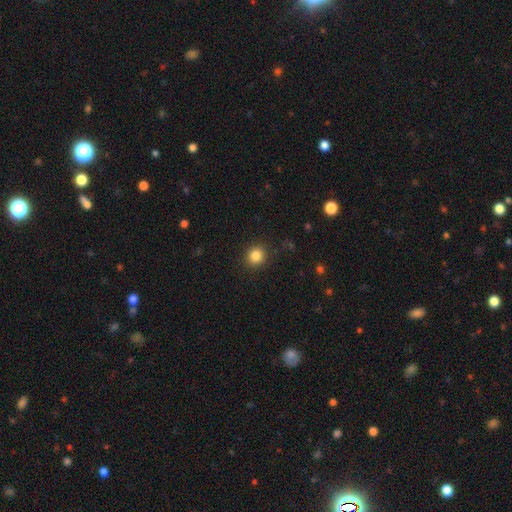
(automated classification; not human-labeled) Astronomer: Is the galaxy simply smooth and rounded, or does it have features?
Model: smooth — 85%.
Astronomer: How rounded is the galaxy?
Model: round — 85%.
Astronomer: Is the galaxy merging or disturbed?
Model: none — 90%.